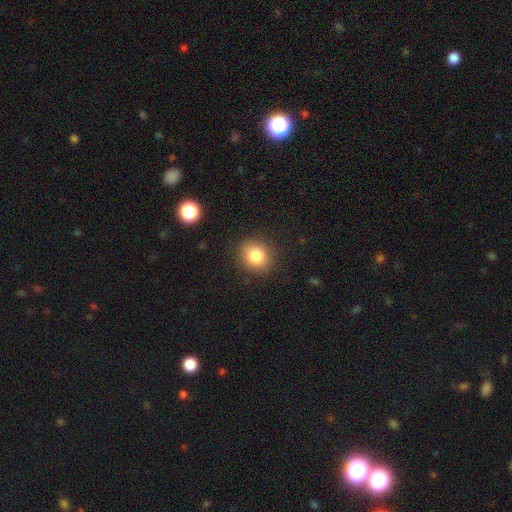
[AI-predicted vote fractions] This appears to be a smooth galaxy with no disk features (83%) that is round (78%). Merging: none (88%).